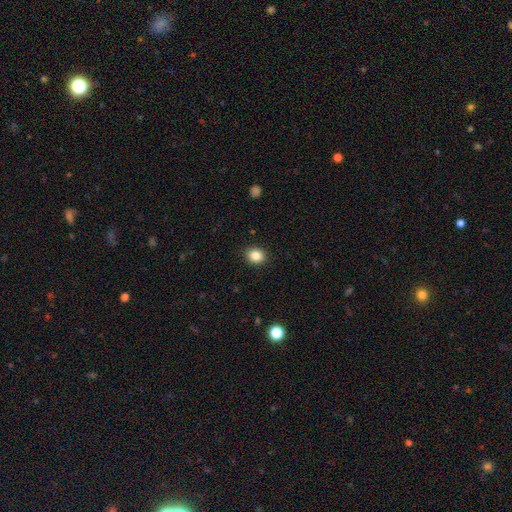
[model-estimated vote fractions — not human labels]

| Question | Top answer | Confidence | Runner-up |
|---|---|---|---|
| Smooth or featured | smooth | 85% | star or artifact (10%) |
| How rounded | round | 66% | in between (33%) |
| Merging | none | 91% | minor disturbance (6%) |